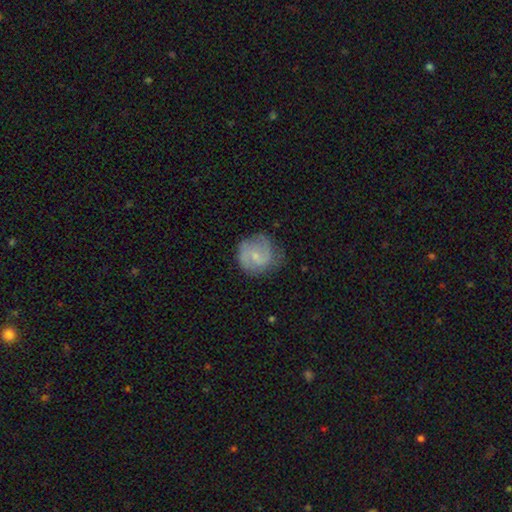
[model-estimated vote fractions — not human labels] Smooth or featured?
  - featured or disk: 54% *
  - smooth: 39%
  - star or artifact: 7%
Edge-on disk?
  - no: 98% *
  - yes: 2%
Bar?
  - no: 54% *
  - weak: 39%
  - strong: 7%
Spiral arms?
  - yes: 84% *
  - no: 16%
Bulge size?
  - small: 68% *
  - moderate: 22%
  - none: 8%
  - large: 1%
  - dominant: 1%
Merging?
  - none: 64% *
  - minor disturbance: 25%
  - major disturbance: 9%
  - merger: 1%